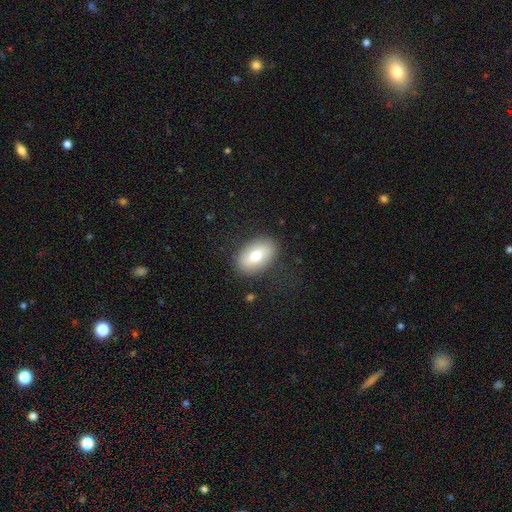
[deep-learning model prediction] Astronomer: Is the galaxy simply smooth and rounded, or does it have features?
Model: smooth — 73%.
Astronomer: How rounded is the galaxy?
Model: in between — 91%.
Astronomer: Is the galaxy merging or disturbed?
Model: none — 83%.